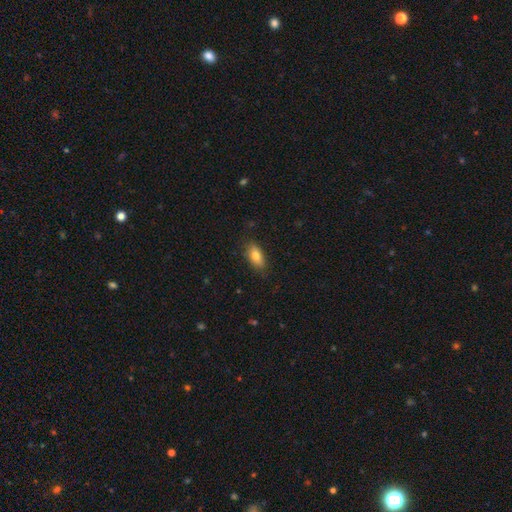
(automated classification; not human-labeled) Smooth or featured: smooth — 79% (featured or disk — 14%)
How rounded: in between — 84% (cigar-shaped — 12%)
Merging: none — 83% (minor disturbance — 14%)